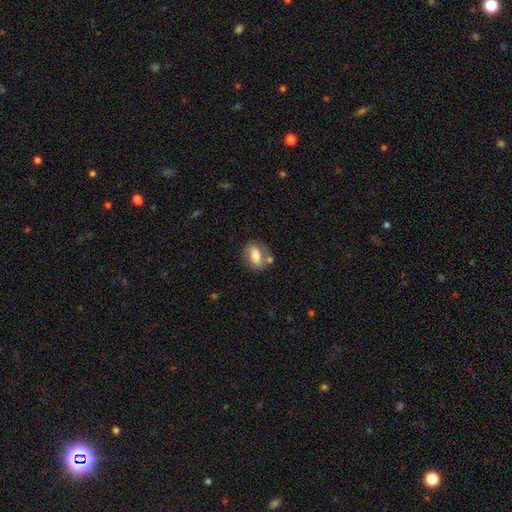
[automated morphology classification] smooth 61%, featured or disk 32%, star or artifact 7%. Down the decision tree: how rounded — in between (77%); merging — none (61%).